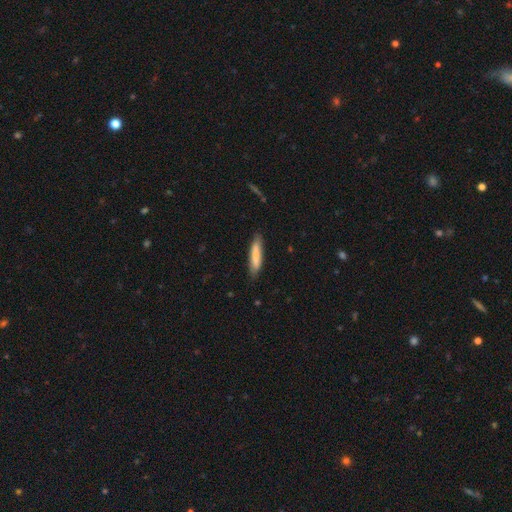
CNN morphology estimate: Overall: smooth (81%). How rounded: cigar-shaped (85%). Merging: none (83%).